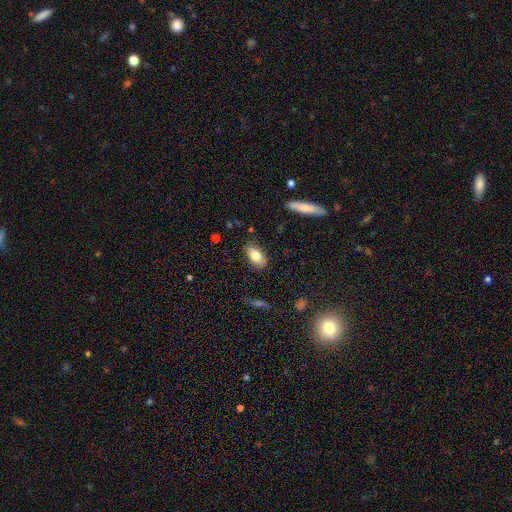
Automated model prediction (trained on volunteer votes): smooth 80%, featured or disk 13%, star or artifact 7%. Down the decision tree: how rounded — in between (89%); merging — none (83%).